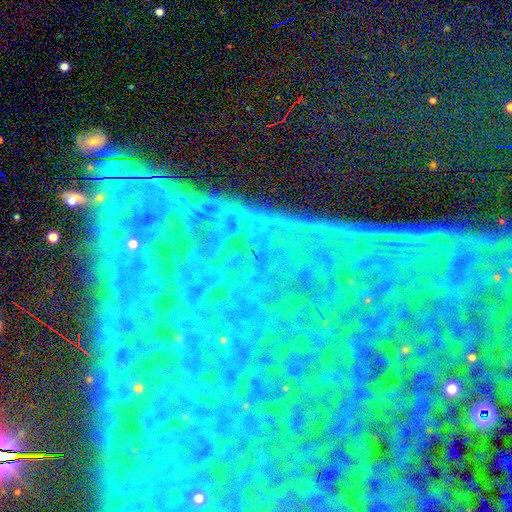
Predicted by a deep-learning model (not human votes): Q: Smooth or featured?
A: star or artifact (86%); runner-up: featured or disk (8%)